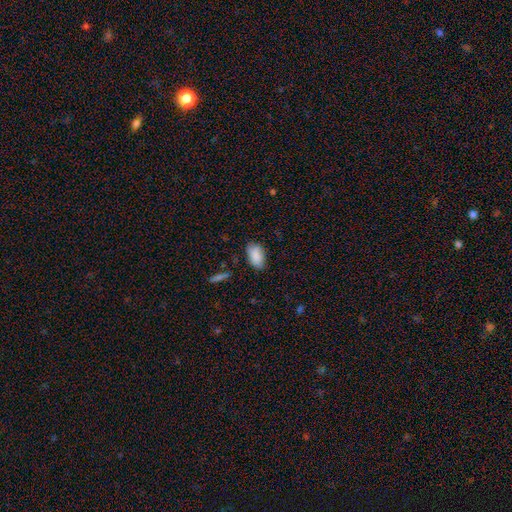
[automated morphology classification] Smooth or featured? Predicted: smooth (p=0.88). How rounded? Predicted: in between (p=0.93). Merging? Predicted: none (p=0.79).